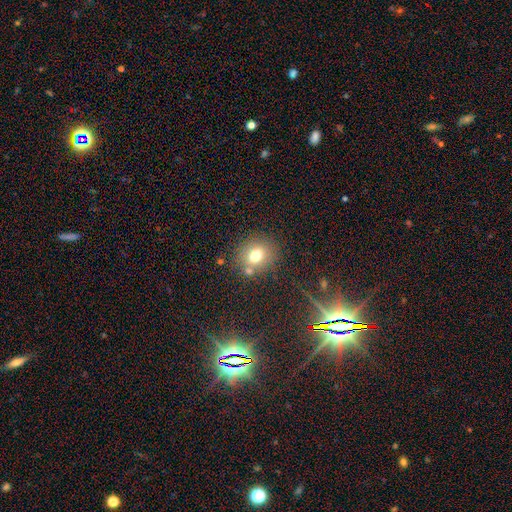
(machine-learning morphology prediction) Q: Smooth or featured?
A: smooth (73%); runner-up: star or artifact (14%)
Q: How rounded?
A: round (67%); runner-up: in between (32%)
Q: Merging?
A: none (74%); runner-up: minor disturbance (12%)